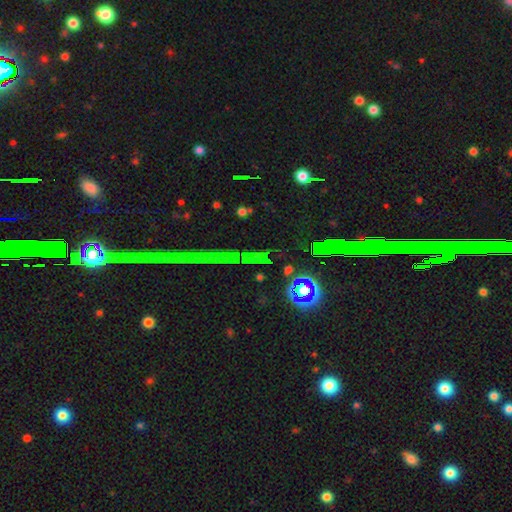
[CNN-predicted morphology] A star or artifact, not a galaxy (76%).